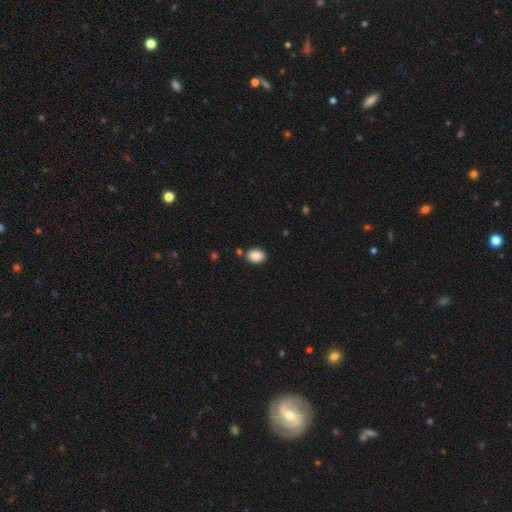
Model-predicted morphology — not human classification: This appears to be a smooth galaxy with no disk features (87%) that is in between round and cigar-shaped (59%). Merging: none (84%).